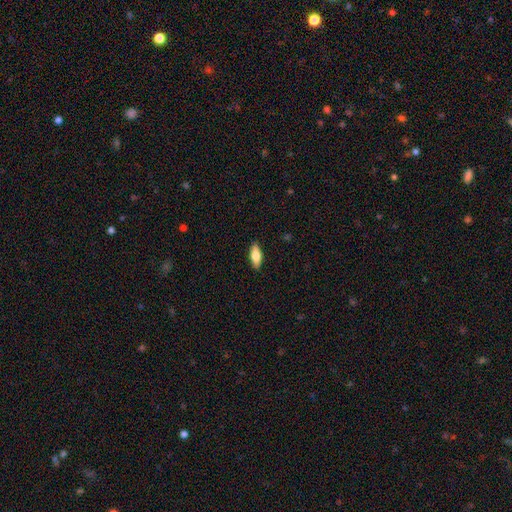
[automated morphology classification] type=smooth (69%); roundness=in between (72%); merging=none (89%).